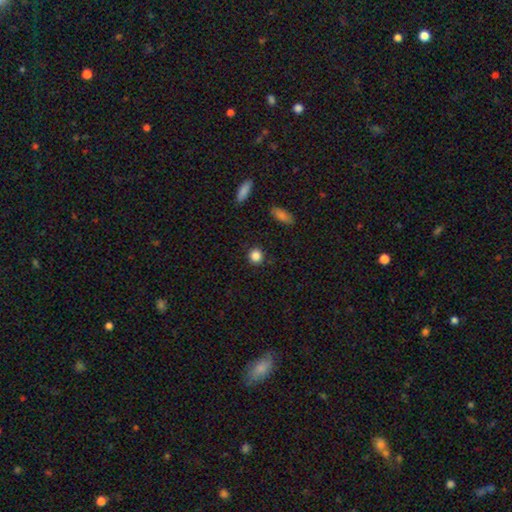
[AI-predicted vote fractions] Smooth or featured? smooth (85%)
How rounded? round (89%)
Merging? none (90%)